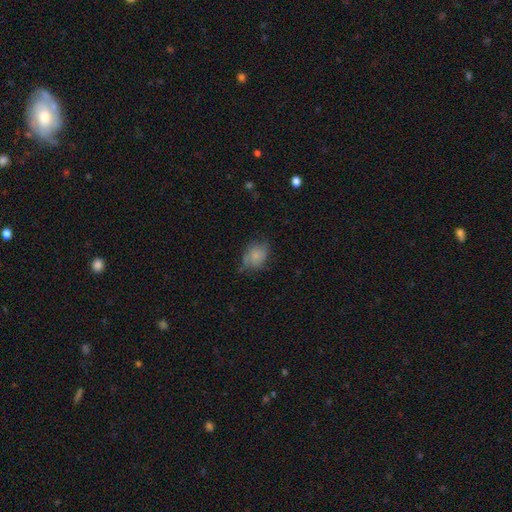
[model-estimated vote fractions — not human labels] Overall: smooth (71%). How rounded: in between (60%; round 39%). Merging: none (54%; minor disturbance 33%).